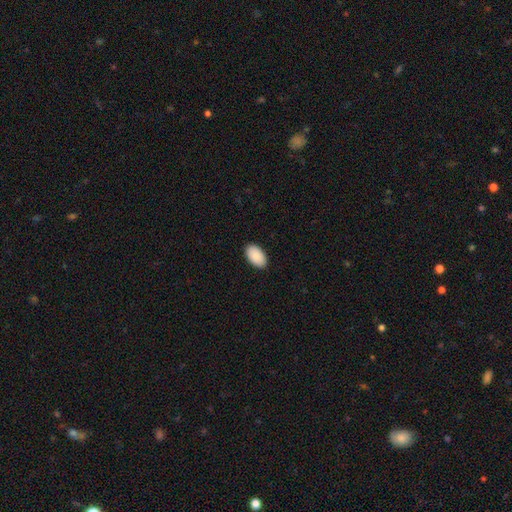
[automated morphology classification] Smooth or featured? Predicted: smooth (p=0.91). How rounded? Predicted: in between (p=0.95). Merging? Predicted: none (p=0.90).